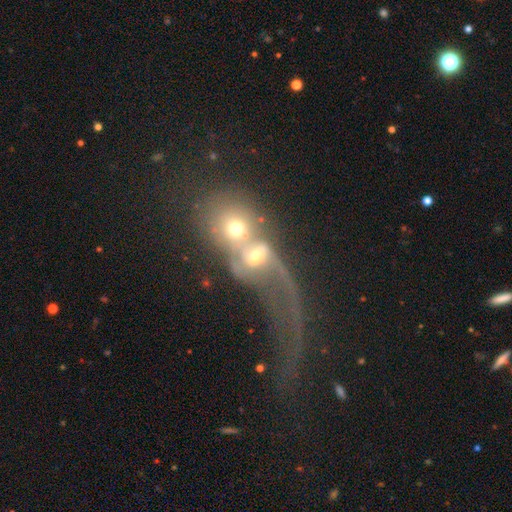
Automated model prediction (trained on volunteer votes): Q: Smooth or featured?
A: featured or disk (51%); runner-up: smooth (35%)
Q: Edge-on disk?
A: no (94%); runner-up: yes (6%)
Q: Merging?
A: merger (77%); runner-up: major disturbance (12%)